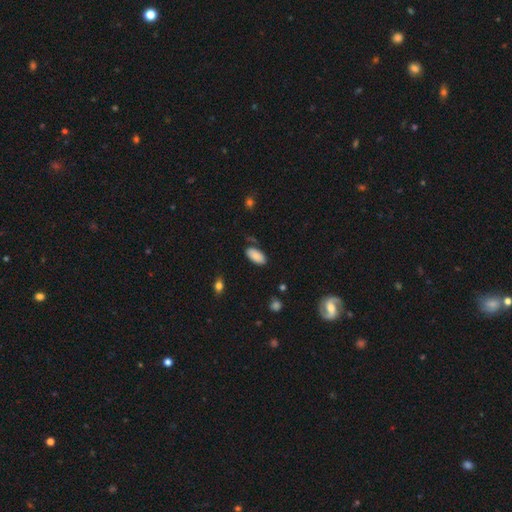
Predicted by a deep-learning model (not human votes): Smooth or featured? Predicted: smooth (p=0.87). How rounded? Predicted: in between (p=0.93). Merging? Predicted: none (p=0.77).